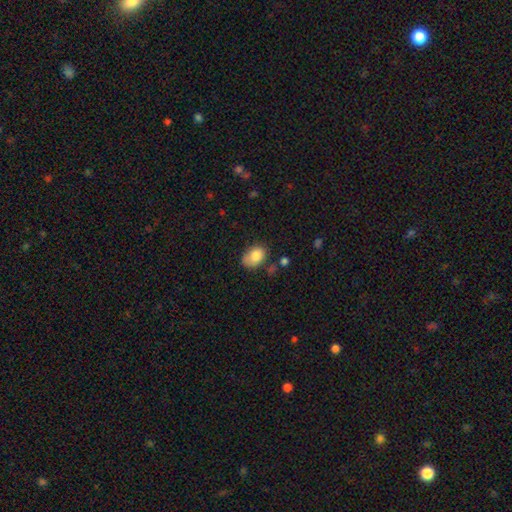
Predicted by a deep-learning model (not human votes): This is clearly a smooth galaxy (80%). How rounded: likely in between (75%). Merging: possibly none (50%).